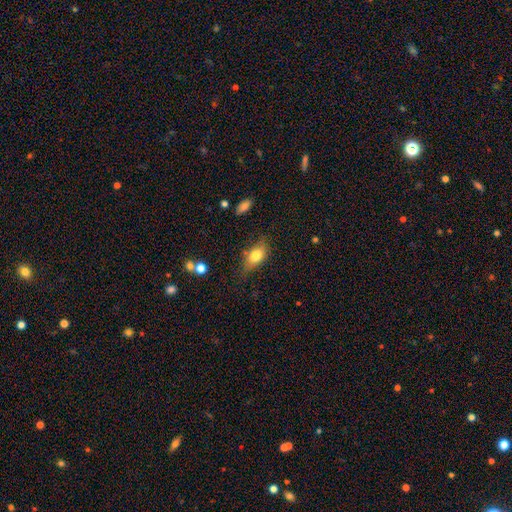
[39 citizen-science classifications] Smooth or featured? smooth (82%)
How rounded? in between (88%)
Merging? none (51%)